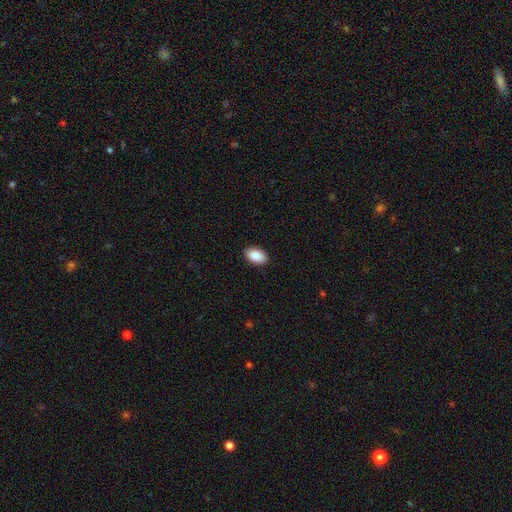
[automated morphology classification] A smooth galaxy with no disk features (88%) that is in between round and cigar-shaped (94%). Merging: none (89%).